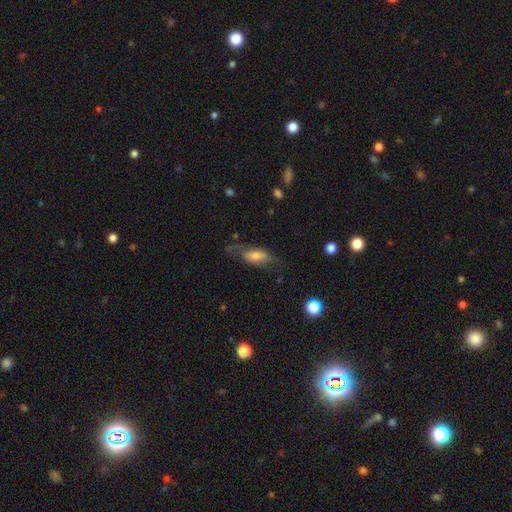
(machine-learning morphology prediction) Smooth or featured? Predicted: smooth (p=0.58). How rounded? Predicted: in between (p=0.77). Merging? Predicted: none (p=0.50).